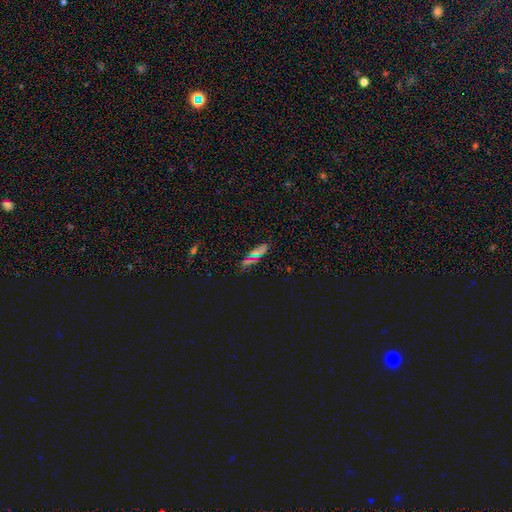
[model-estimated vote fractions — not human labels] This appears to be a smooth galaxy with no disk features (47%). Merging: none (75%).